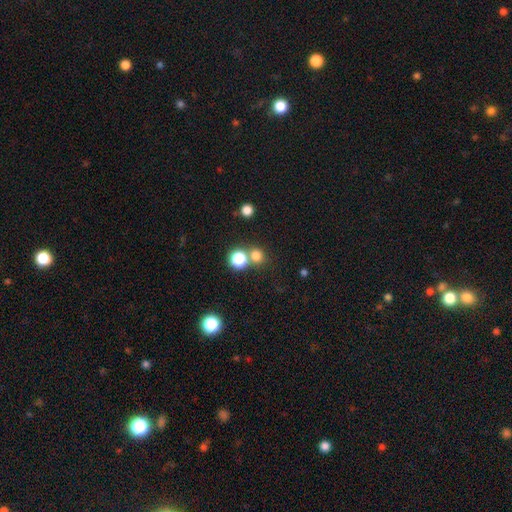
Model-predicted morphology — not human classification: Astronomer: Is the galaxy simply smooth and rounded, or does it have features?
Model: smooth — 74%.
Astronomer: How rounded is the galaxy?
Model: round — 88%.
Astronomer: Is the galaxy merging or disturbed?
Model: none — 64%.